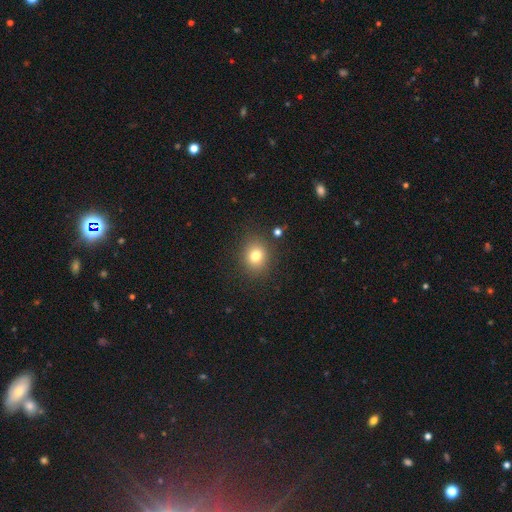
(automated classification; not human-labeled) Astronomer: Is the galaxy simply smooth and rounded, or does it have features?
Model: smooth — 78%.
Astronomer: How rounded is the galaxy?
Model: round — 71%.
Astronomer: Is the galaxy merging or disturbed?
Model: none — 85%.